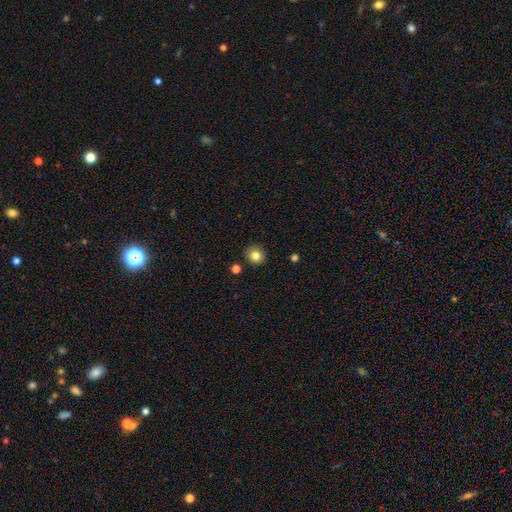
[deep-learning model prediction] Morphology: type=smooth (81%); roundness=round (85%); merging=none (88%).